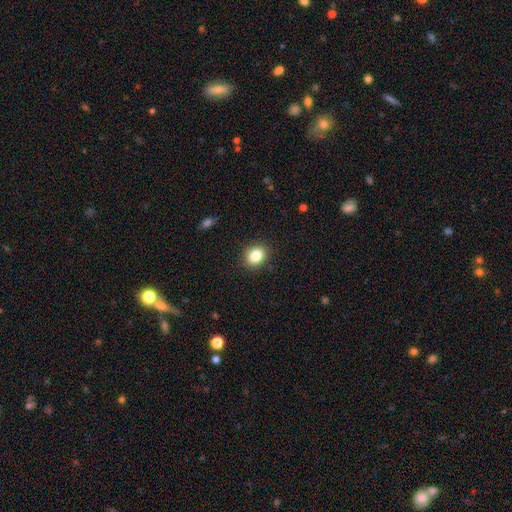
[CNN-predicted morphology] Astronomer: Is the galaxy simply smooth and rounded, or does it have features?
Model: smooth — 85%.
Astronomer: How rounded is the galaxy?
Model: in between — 55% (runner-up: round, 44%).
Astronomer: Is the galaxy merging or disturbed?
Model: none — 88%.